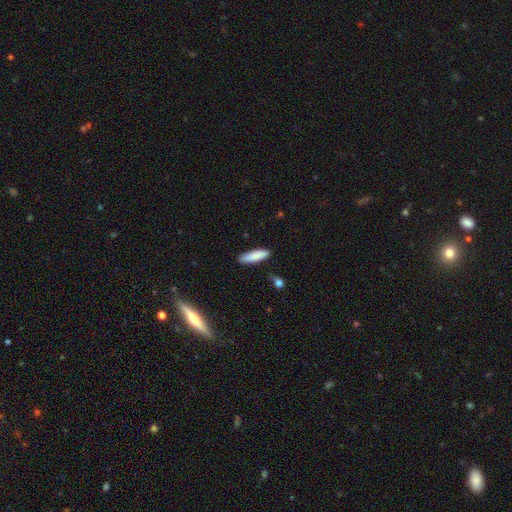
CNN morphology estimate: smooth 86%, featured or disk 8%, star or artifact 6%. Down the decision tree: how rounded — cigar-shaped (68%); merging — none (85%).